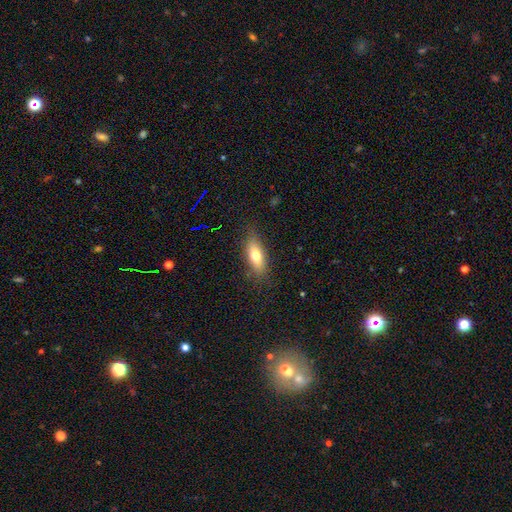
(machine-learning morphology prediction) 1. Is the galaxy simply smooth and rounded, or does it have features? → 71% smooth, 21% featured or disk, 8% star or artifact.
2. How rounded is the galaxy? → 71% in between, 25% cigar-shaped, 4% round.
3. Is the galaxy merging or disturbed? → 82% none, 13% minor disturbance, 4% major disturbance, 1% merger.